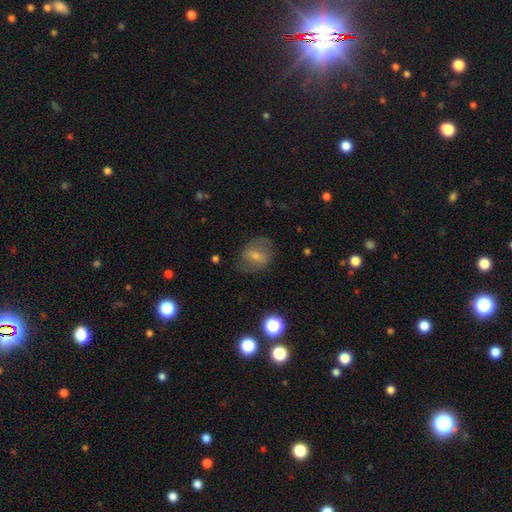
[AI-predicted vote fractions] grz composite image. It shows a featured or disk galaxy (46%). Merging: none (74%).